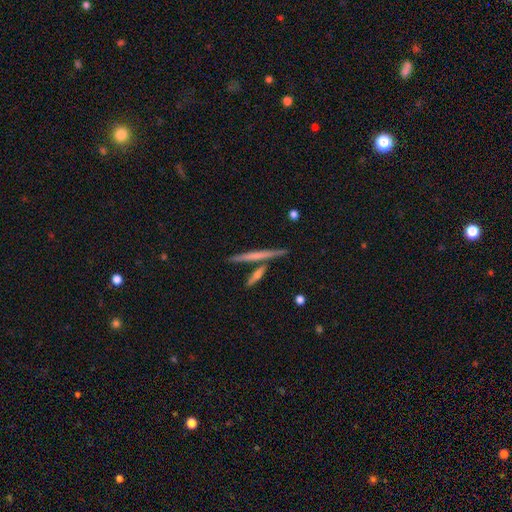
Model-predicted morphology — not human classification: A featured or disk galaxy (49%). Merging: none (75%).